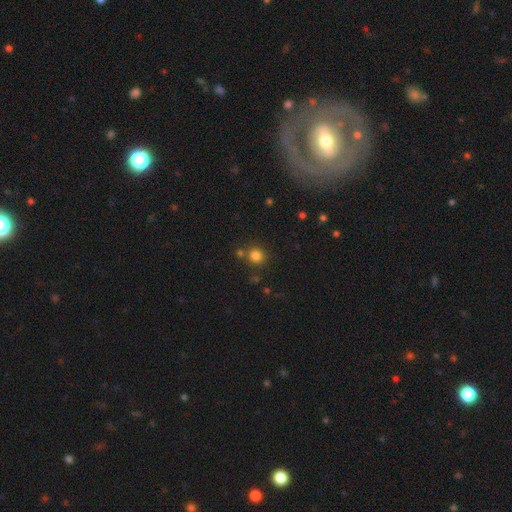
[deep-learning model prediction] smooth_or_featured: smooth (p=0.80) [alt: star or artifact p=0.14]
how_rounded: round (p=0.90) [alt: in between p=0.09]
merging: none (p=0.75) [alt: merger p=0.13]